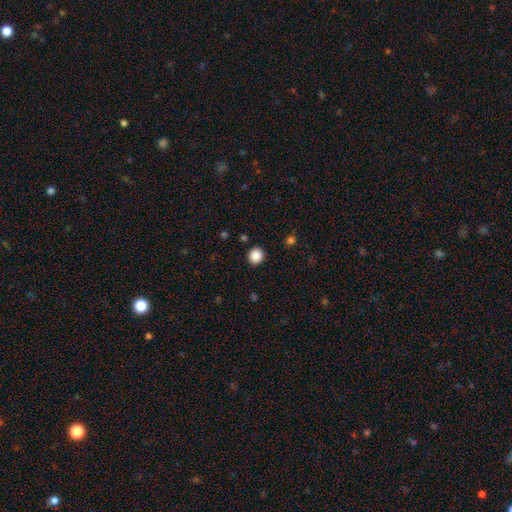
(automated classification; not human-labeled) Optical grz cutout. It shows a smooth galaxy with no disk features (87%) that is round (88%). Merging: none (91%).